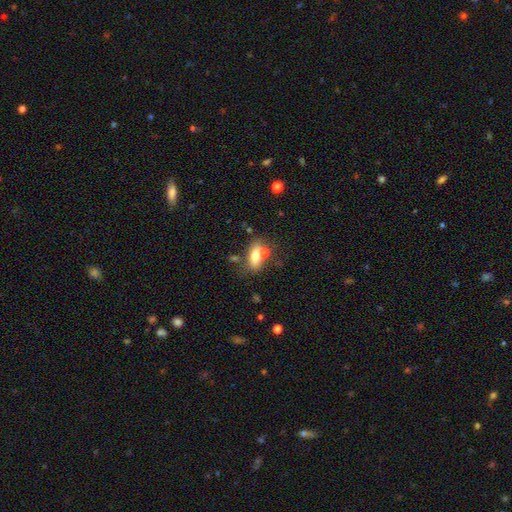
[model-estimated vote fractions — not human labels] smooth-or-featured: smooth: 69% | featured or disk: 21% | star or artifact: 9%
  how-rounded: in between: 79% | cigar-shaped: 12% | round: 9%
  merging: none: 48% | merger: 31% | minor disturbance: 14% | major disturbance: 7%